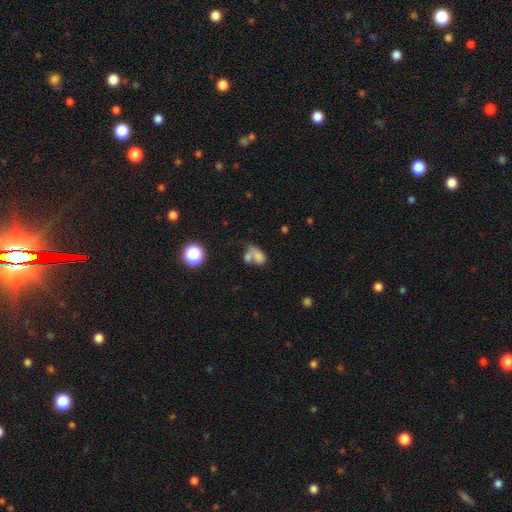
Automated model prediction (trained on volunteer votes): This appears to be a smooth galaxy with no disk features (68%) that is in between round and cigar-shaped (77%). Merging: merger (62%).